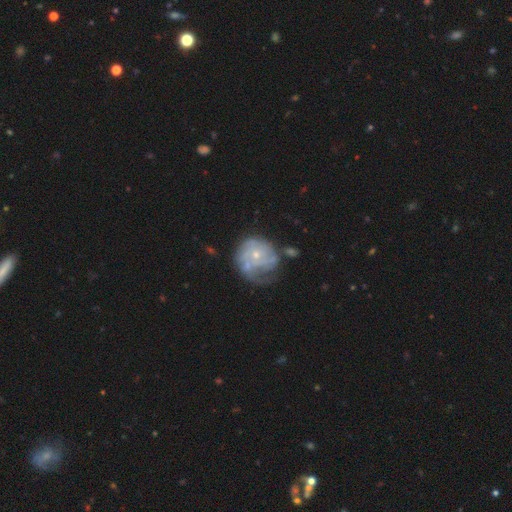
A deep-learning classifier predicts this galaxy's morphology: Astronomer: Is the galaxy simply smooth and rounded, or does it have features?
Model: featured or disk — 74%.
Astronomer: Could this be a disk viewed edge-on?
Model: no — 98%.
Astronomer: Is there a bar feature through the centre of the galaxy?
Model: no — 81%.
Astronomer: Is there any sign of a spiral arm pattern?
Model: yes — 80%.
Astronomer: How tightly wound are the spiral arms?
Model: tight — 61%.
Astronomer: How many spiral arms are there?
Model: can't tell — 49%.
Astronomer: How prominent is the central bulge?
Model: small — 70%.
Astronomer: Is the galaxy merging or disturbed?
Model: none — 36% (runner-up: major disturbance, 28%).